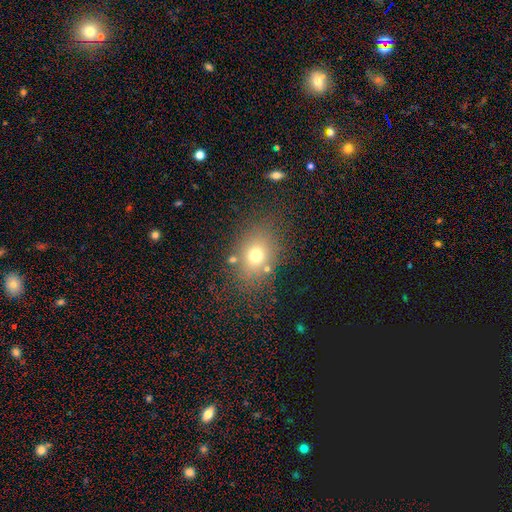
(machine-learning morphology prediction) Smooth or featured?
  - smooth: 68% *
  - star or artifact: 17%
  - featured or disk: 14%
How rounded?
  - in between: 54% *
  - round: 45%
  - cigar-shaped: 1%
Merging?
  - none: 76% *
  - minor disturbance: 13%
  - major disturbance: 7%
  - merger: 5%